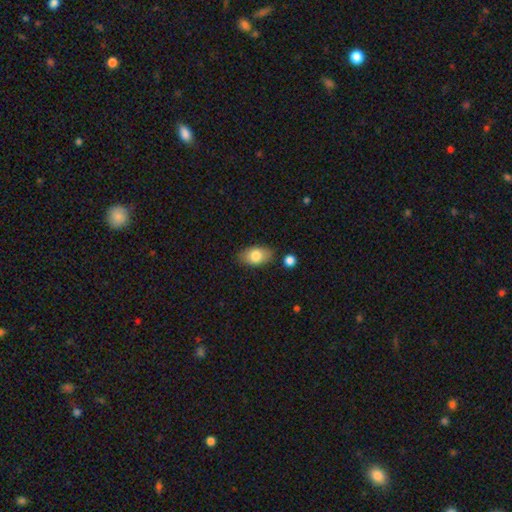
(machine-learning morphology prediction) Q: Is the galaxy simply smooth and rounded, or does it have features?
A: smooth — 80%.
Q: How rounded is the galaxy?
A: in between — 90%.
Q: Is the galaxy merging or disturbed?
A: none — 80%.